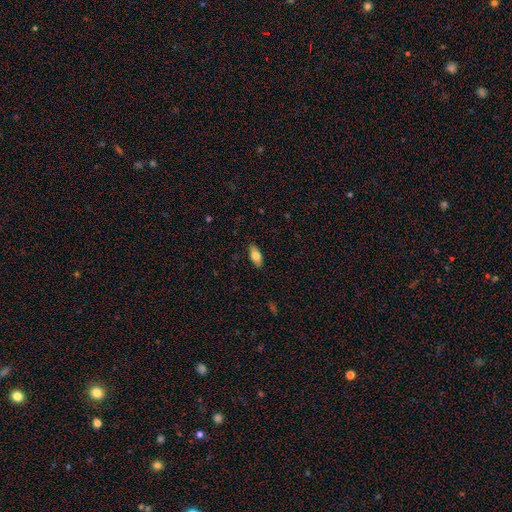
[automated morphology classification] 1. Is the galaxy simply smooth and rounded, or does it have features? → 76% smooth, 17% featured or disk, 7% star or artifact.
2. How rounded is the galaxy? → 85% in between, 12% cigar-shaped, 3% round.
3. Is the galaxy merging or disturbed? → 86% none, 11% minor disturbance, 2% major disturbance, 1% merger.